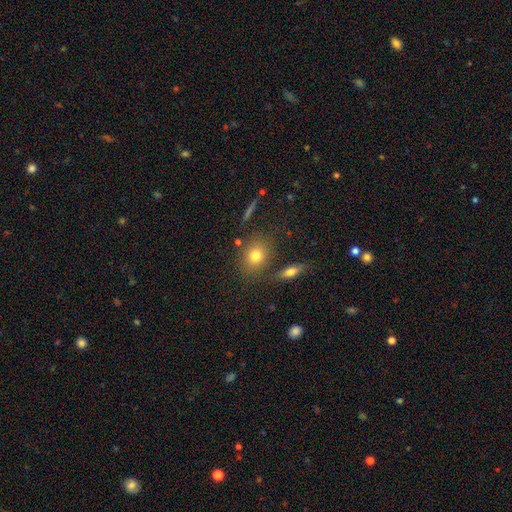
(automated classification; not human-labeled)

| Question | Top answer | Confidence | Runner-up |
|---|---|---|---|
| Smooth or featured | smooth | 76% | star or artifact (13%) |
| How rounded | round | 58% | in between (40%) |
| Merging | none | 74% | minor disturbance (12%) |